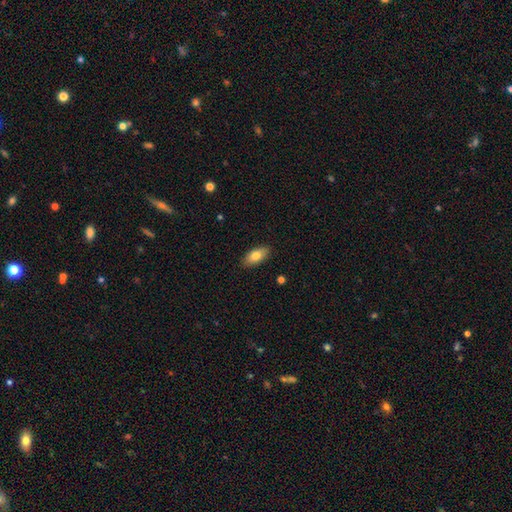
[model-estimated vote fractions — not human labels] Morphology: type=smooth (79%); roundness=in between (89%); merging=none (88%).